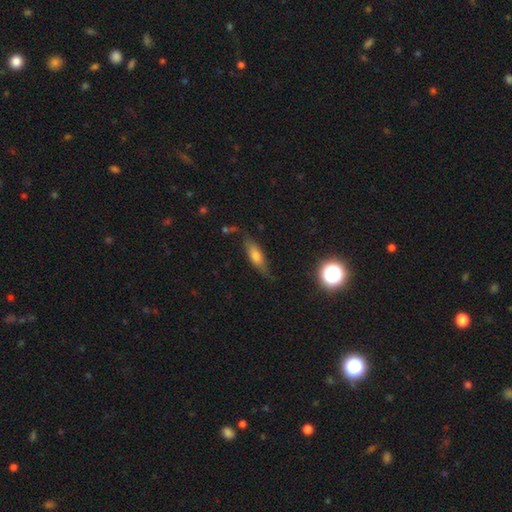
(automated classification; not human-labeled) Smooth or featured?
  - smooth: 59% *
  - featured or disk: 31%
  - star or artifact: 9%
How rounded?
  - in between: 51% *
  - cigar-shaped: 46%
  - round: 3%
Merging?
  - none: 69% *
  - minor disturbance: 22%
  - major disturbance: 6%
  - merger: 3%